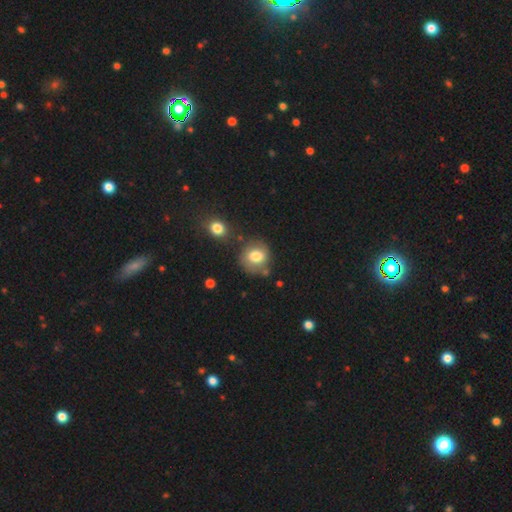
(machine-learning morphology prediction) Smooth or featured: smooth — 77% (featured or disk — 14%)
How rounded: round — 80% (in between — 19%)
Merging: none — 68% (minor disturbance — 16%)